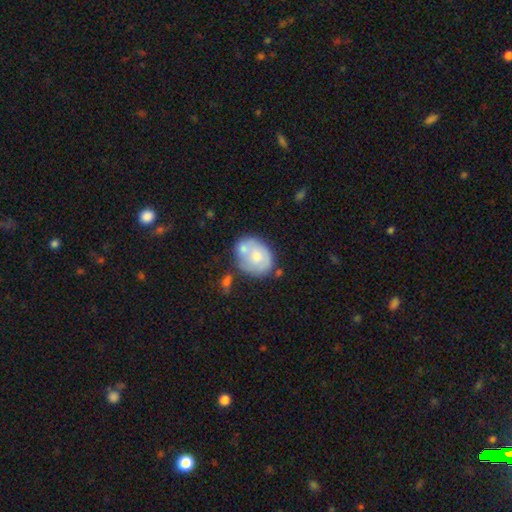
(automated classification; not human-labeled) Morphology: type=smooth (59%); roundness=round (52%); merging=none (40%).